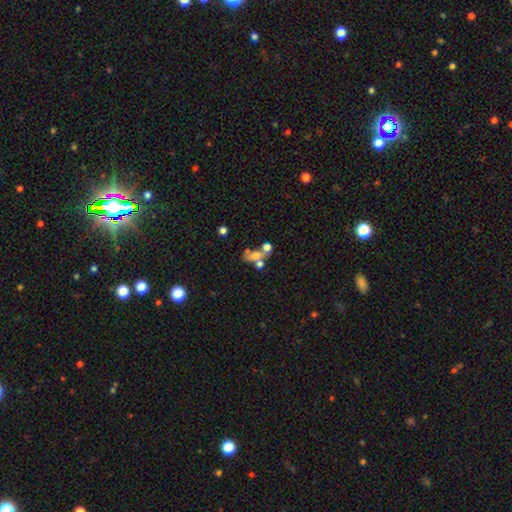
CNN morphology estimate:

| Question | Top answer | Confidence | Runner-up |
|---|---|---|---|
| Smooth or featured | smooth | 54% | featured or disk (31%) |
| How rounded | in between | 66% | round (29%) |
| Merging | merger | 55% | none (23%) |